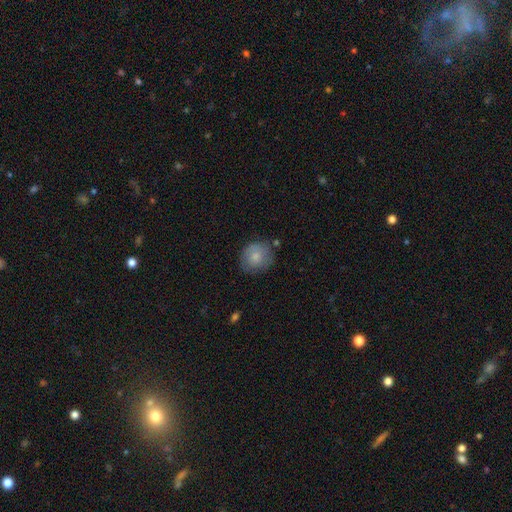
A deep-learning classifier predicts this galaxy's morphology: A smooth galaxy with no disk features (77%) that is round (78%). Merging: none (71%).